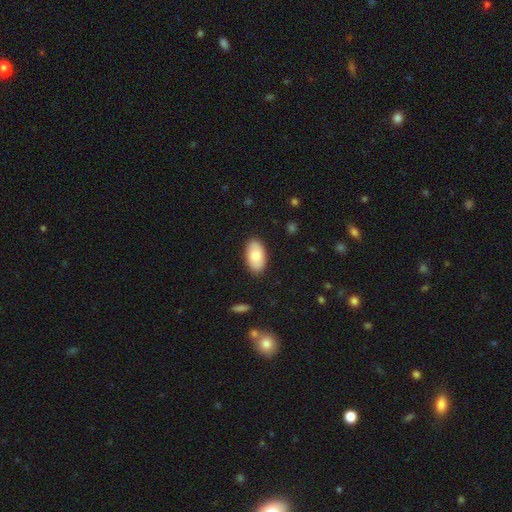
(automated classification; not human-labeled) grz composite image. It shows a smooth galaxy with no disk features (76%) that is in between round and cigar-shaped (95%). Merging: none (87%).